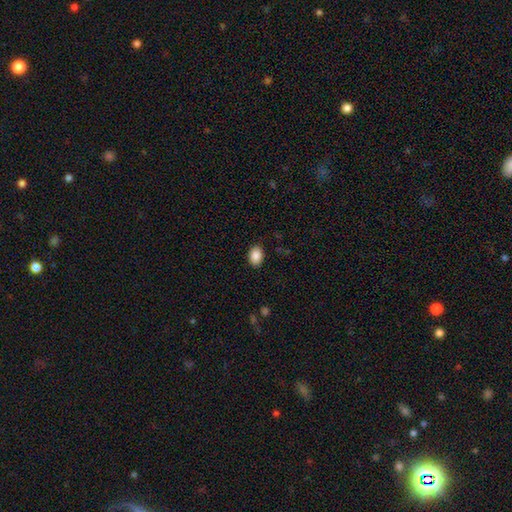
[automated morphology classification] Q: Smooth or featured?
A: smooth (89%); runner-up: star or artifact (8%)
Q: How rounded?
A: in between (81%); runner-up: round (18%)
Q: Merging?
A: none (88%); runner-up: minor disturbance (9%)